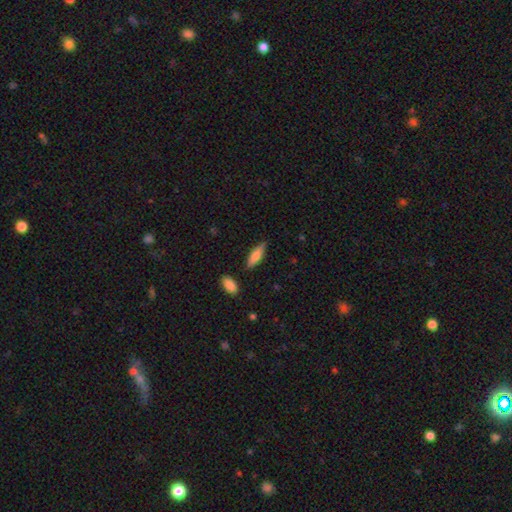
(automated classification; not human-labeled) Smooth or featured: smooth — 69% (featured or disk — 25%)
How rounded: cigar-shaped — 56% (in between — 42%)
Merging: none — 82% (minor disturbance — 12%)